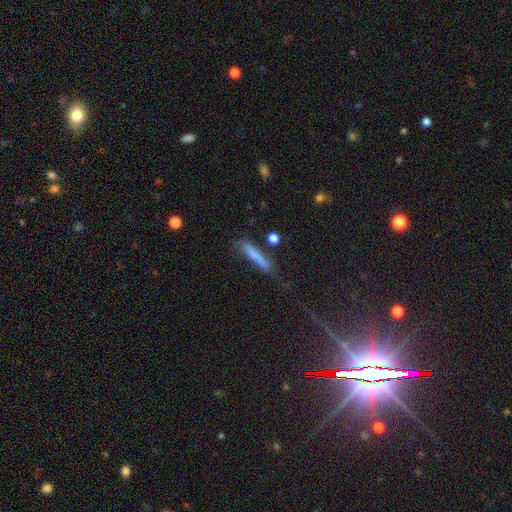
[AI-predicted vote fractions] Smooth or featured?
  - smooth: 70% *
  - featured or disk: 20%
  - star or artifact: 10%
How rounded?
  - cigar-shaped: 90% *
  - in between: 7%
  - round: 2%
Merging?
  - none: 64% *
  - minor disturbance: 22%
  - major disturbance: 9%
  - merger: 5%